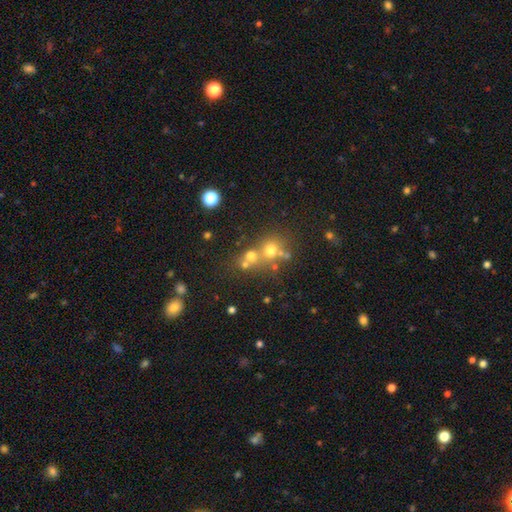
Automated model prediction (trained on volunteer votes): The model was most divided on "merging" (2-way tie): merger: 44%, none: 44%, minor disturbance: 8%, major disturbance: 5%. Remaining: smooth or featured — smooth (49%).